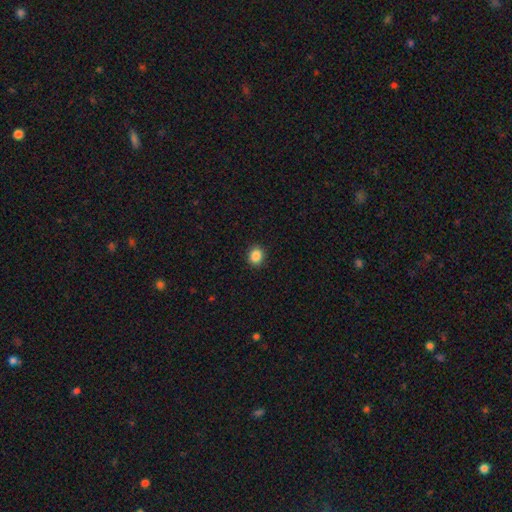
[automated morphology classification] Smooth or featured?
  - smooth: 87% *
  - star or artifact: 10%
  - featured or disk: 3%
How rounded?
  - round: 67% *
  - in between: 32%
  - cigar-shaped: 1%
Merging?
  - none: 91% *
  - minor disturbance: 6%
  - major disturbance: 2%
  - merger: 1%